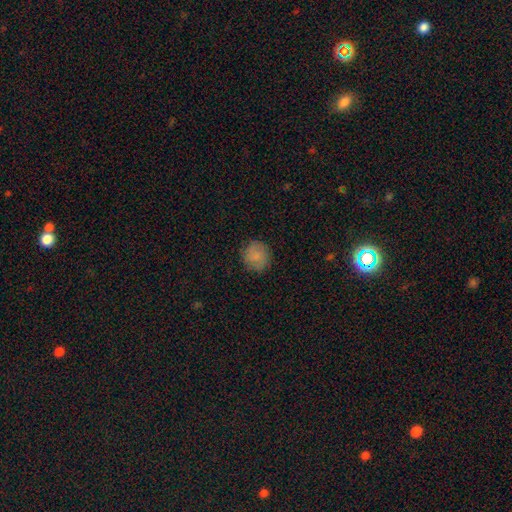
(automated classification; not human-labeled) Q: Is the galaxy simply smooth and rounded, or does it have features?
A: smooth — 82%.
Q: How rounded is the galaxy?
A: round — 90%.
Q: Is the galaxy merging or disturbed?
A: none — 85%.